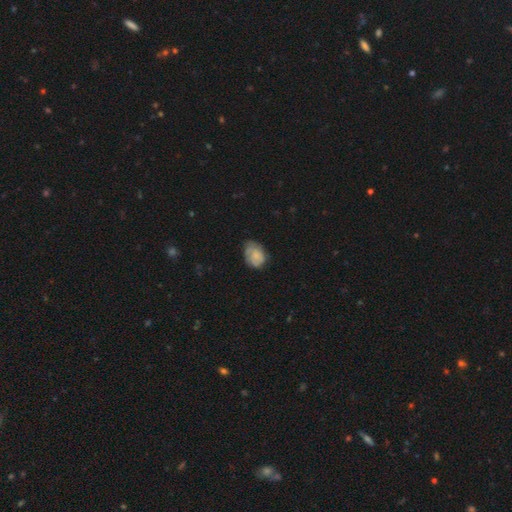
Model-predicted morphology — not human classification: Smooth or featured?
  - smooth: 67% *
  - featured or disk: 24%
  - star or artifact: 8%
How rounded?
  - in between: 70% *
  - round: 29%
  - cigar-shaped: 1%
Merging?
  - none: 50% *
  - minor disturbance: 36%
  - major disturbance: 12%
  - merger: 2%